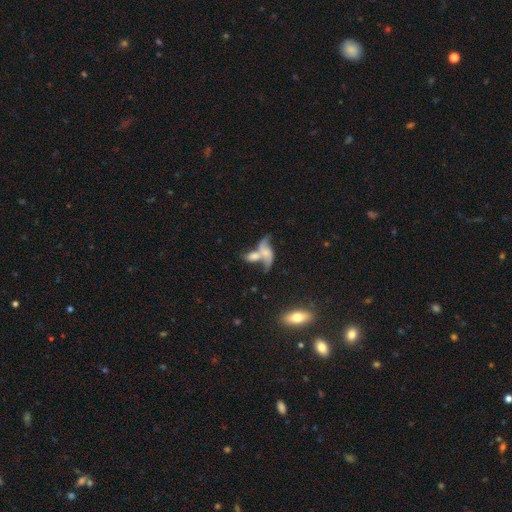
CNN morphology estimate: This appears to be a featured or disk galaxy (56%). Merging: merger (57%).